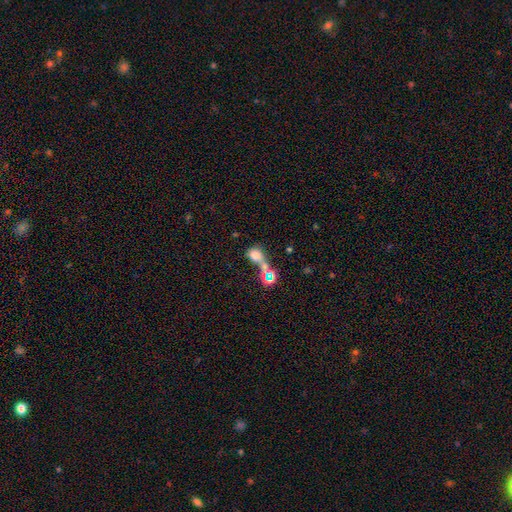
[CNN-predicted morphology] type=smooth (65%); roundness=round (55%); merging=merger (46%).